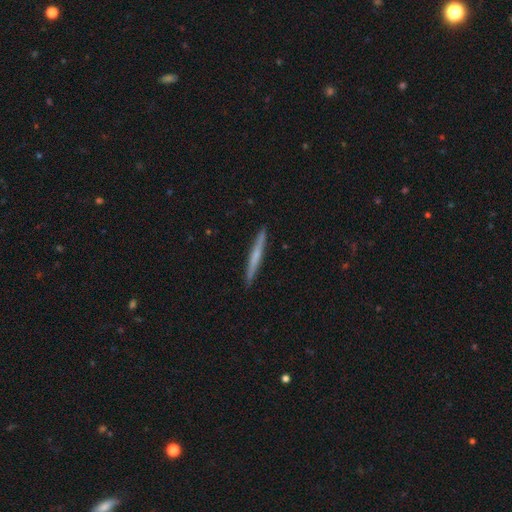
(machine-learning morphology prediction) This appears to be a featured or disk galaxy (49%). Merging: none (92%).